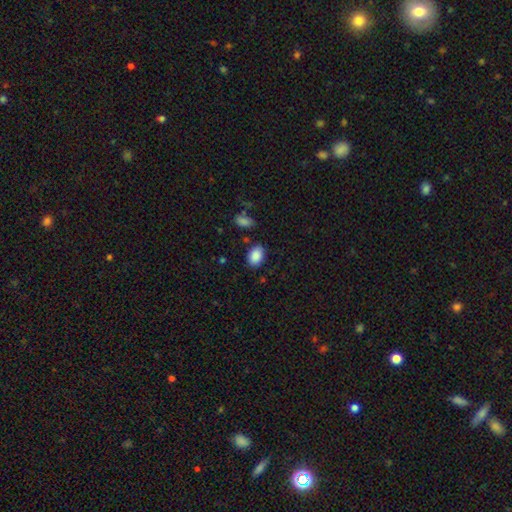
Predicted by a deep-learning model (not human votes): Smooth or featured? smooth (88%)
How rounded? in between (82%)
Merging? none (80%)